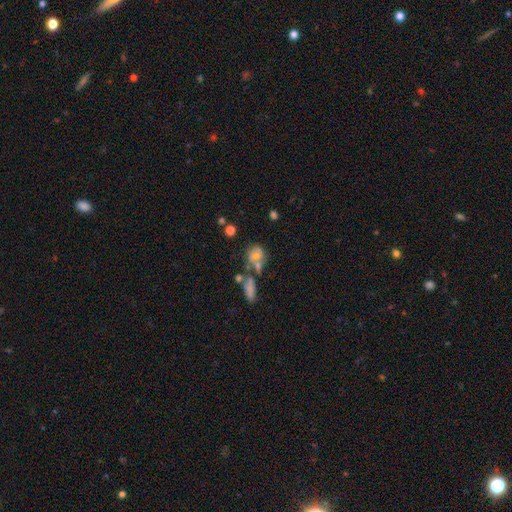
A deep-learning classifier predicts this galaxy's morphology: Q: Smooth or featured?
A: smooth (53%); runner-up: featured or disk (34%)
Q: How rounded?
A: round (60%); runner-up: in between (37%)
Q: Merging?
A: none (37%); runner-up: merger (35%)